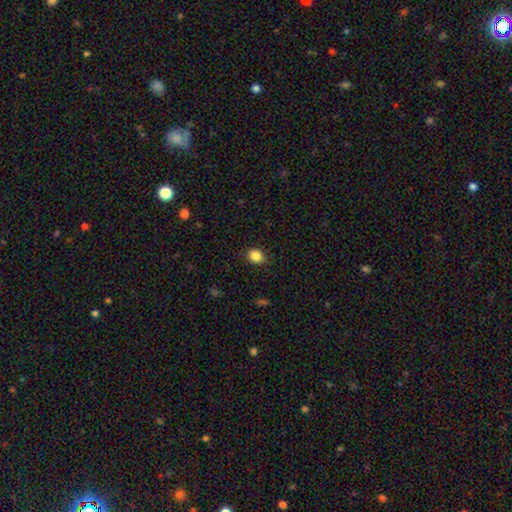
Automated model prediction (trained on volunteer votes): Smooth or featured? Predicted: smooth (p=0.85). How rounded? Predicted: round (p=0.53). Merging? Predicted: none (p=0.85).